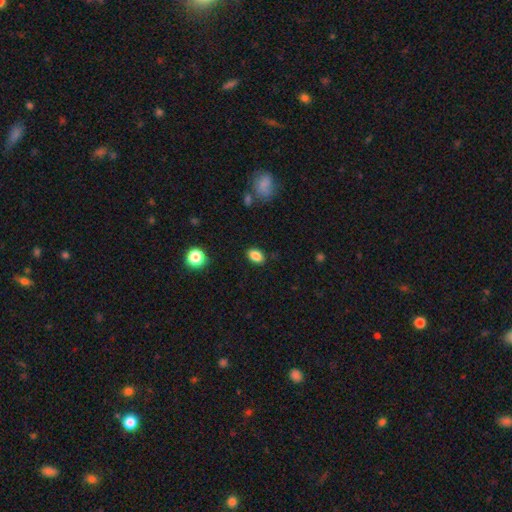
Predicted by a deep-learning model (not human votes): This appears to be a smooth galaxy with no disk features (86%) that is in between round and cigar-shaped (83%). Merging: none (86%).